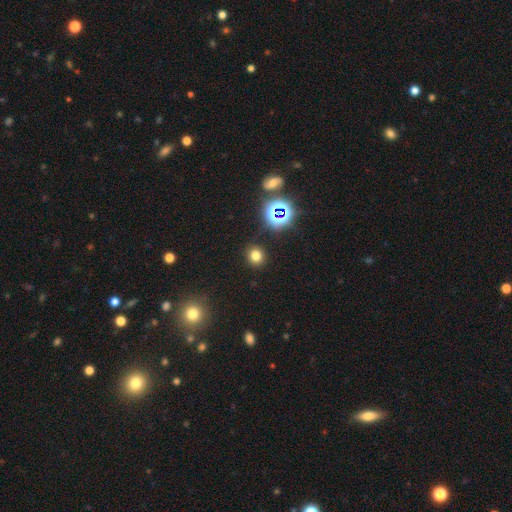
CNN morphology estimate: A smooth galaxy with no disk features (72%) that is round (86%). Merging: none (90%).